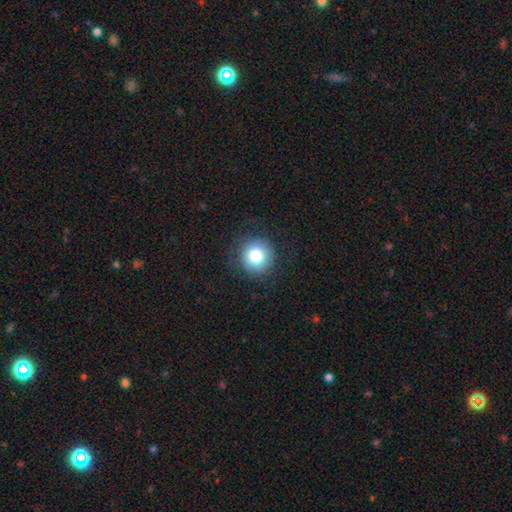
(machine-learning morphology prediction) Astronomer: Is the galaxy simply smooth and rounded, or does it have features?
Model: smooth — 82%.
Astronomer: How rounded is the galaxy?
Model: round — 94%.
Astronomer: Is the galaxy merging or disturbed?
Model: none — 85%.